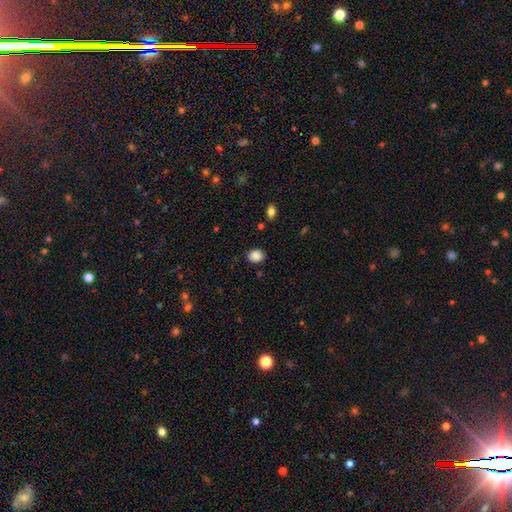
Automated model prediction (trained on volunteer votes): This appears to be a smooth galaxy with no disk features (87%) that is round (56%). Merging: none (86%).